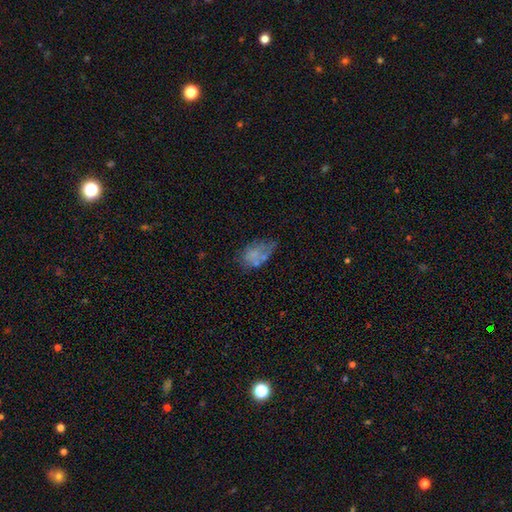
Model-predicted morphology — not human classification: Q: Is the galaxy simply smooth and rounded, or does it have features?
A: smooth — 54%.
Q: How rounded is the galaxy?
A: in between — 88%.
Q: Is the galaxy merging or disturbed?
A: none — 38%.